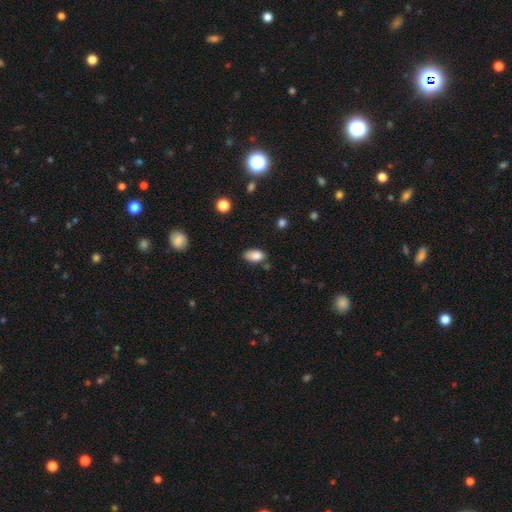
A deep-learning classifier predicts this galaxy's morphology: Overall: smooth (85%). How rounded: in between (92%). Merging: none (72%).